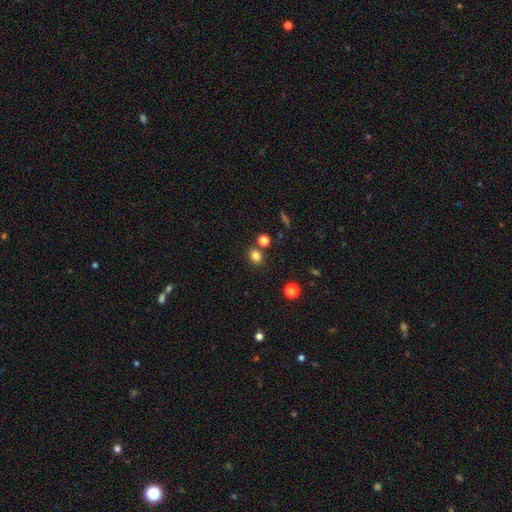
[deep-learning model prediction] Morphology: type=smooth (81%); roundness=round (69%); merging=none (79%).